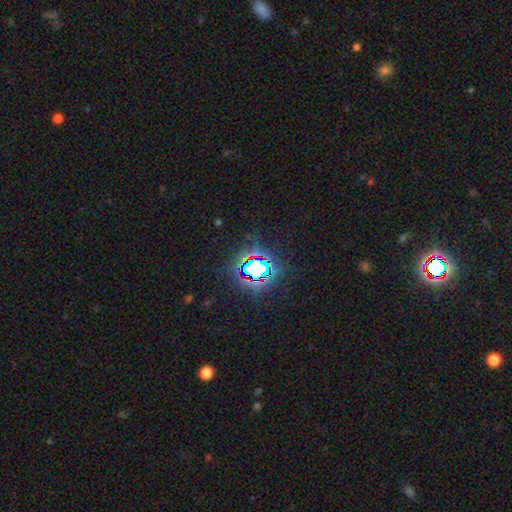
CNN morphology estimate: Smooth or featured? star or artifact (81%)